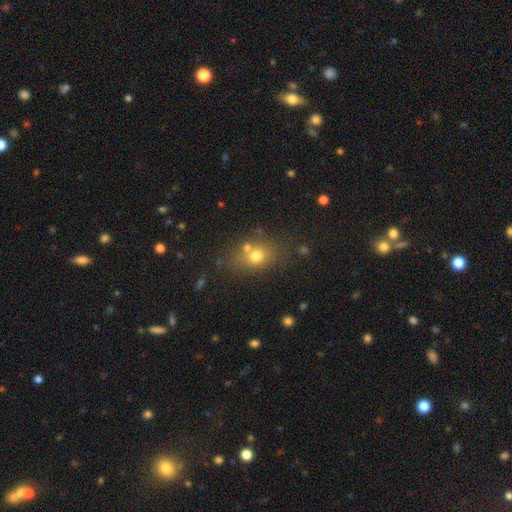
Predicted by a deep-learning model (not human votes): Smooth or featured? Predicted: smooth (p=0.70). How rounded? Predicted: round (p=0.52). Merging? Predicted: none (p=0.61).